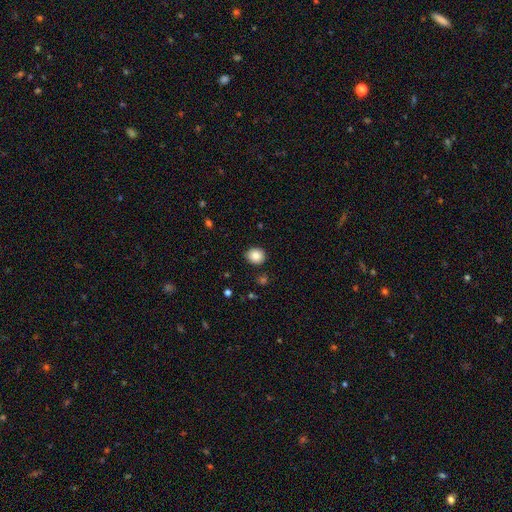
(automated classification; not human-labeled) Q: Smooth or featured?
A: smooth (85%); runner-up: star or artifact (9%)
Q: How rounded?
A: round (75%); runner-up: in between (24%)
Q: Merging?
A: none (88%); runner-up: minor disturbance (8%)